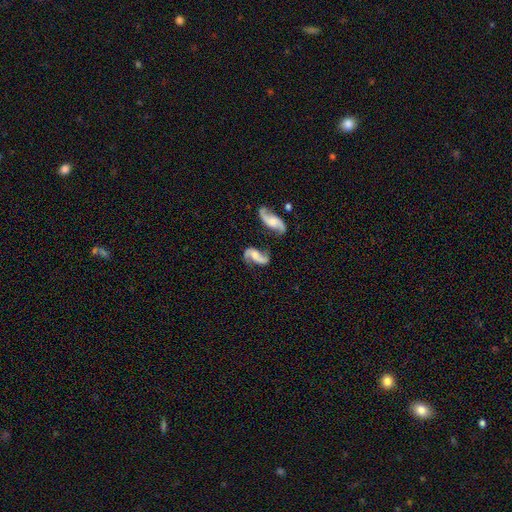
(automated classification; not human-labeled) Smooth or featured? featured or disk (84%)
Edge-on disk? no (96%)
Bar? no (48%)
Spiral arms? yes (95%)
Spiral winding? loose (63%)
Spiral arm count? 2 (92%)
Bulge size? moderate (37%)
Merging? none (56%)